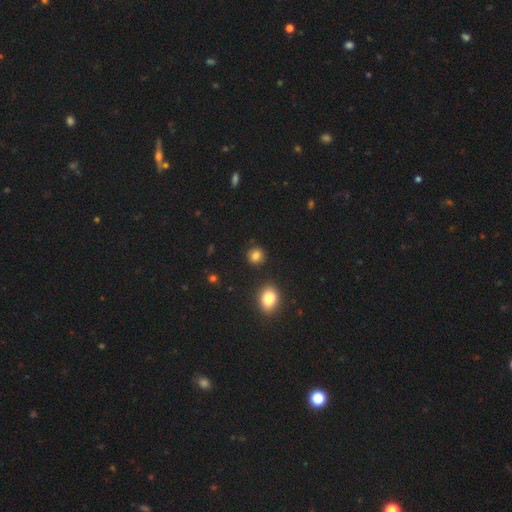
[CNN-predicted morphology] Q: Smooth or featured?
A: smooth (83%); runner-up: star or artifact (12%)
Q: How rounded?
A: round (84%); runner-up: in between (15%)
Q: Merging?
A: none (87%); runner-up: minor disturbance (8%)